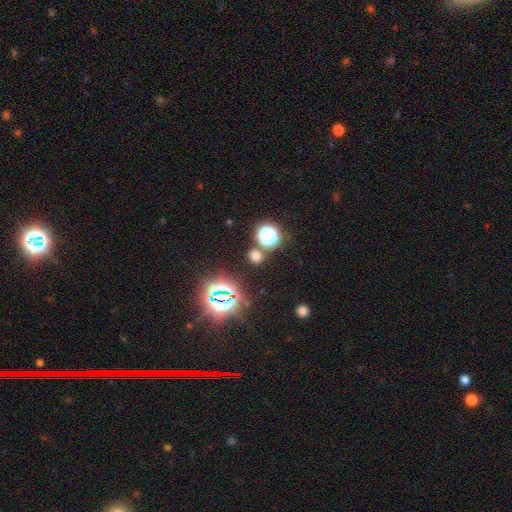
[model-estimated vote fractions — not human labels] This appears to be a smooth galaxy with no disk features (60%) that is round (81%). Merging: none (79%).